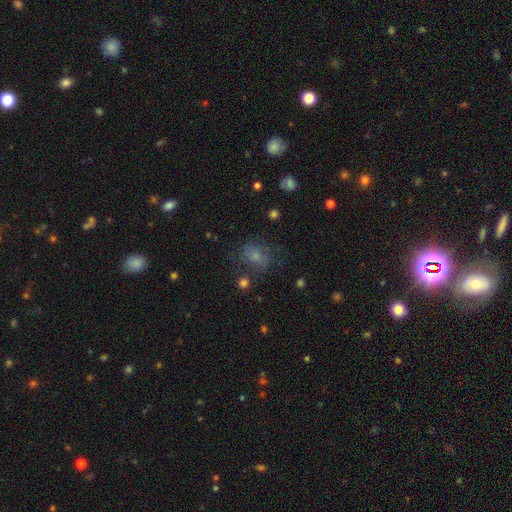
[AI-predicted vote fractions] A smooth galaxy with no disk features (66%) that is round (51%).

Vote fractions:
- Smooth or featured? smooth: 66% / star or artifact: 17% / featured or disk: 17%
- How rounded? round: 51% / in between: 48% / cigar-shaped: 1%
- Merging? none: 62% / minor disturbance: 21% / major disturbance: 13% / merger: 4%